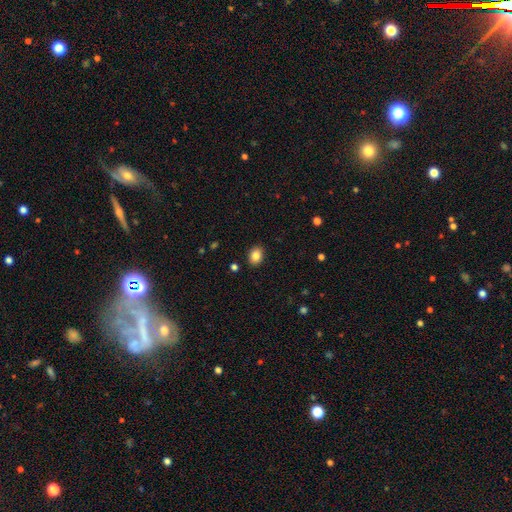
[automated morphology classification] smooth_or_featured: smooth (p=0.85) [alt: star or artifact p=0.09]
how_rounded: in between (p=0.64) [alt: round p=0.35]
merging: none (p=0.89) [alt: minor disturbance p=0.07]